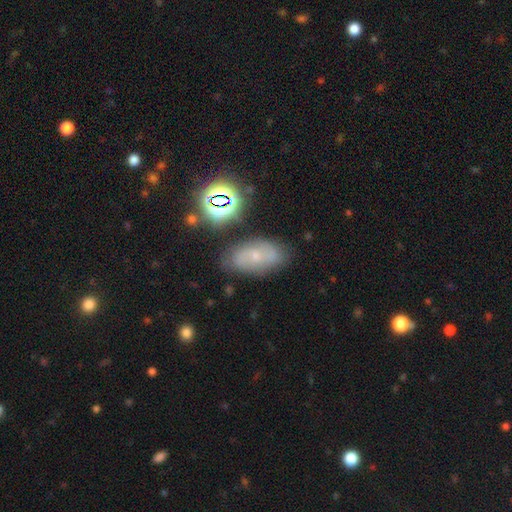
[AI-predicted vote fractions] Smooth or featured: featured or disk — 46% (smooth — 35%)
Merging: none — 72% (minor disturbance — 18%)